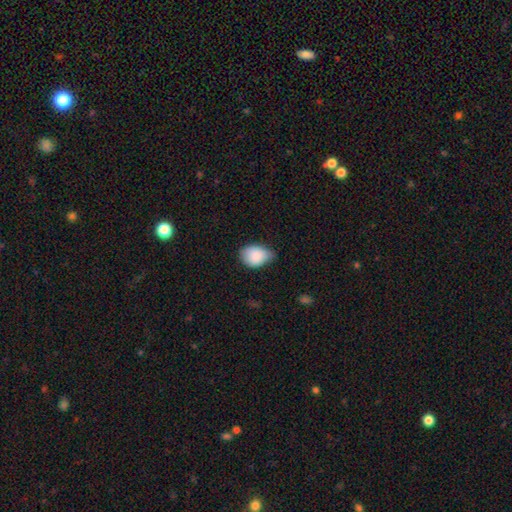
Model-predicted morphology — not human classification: This appears to be a smooth galaxy with no disk features (87%) that is in between round and cigar-shaped (74%). Merging: minor disturbance (48%).